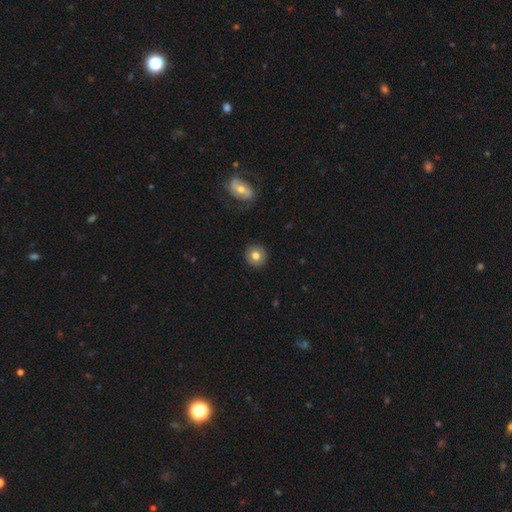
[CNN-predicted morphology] This is likely a smooth galaxy (77%). How rounded: clearly round (92%). Merging: clearly none (89%).